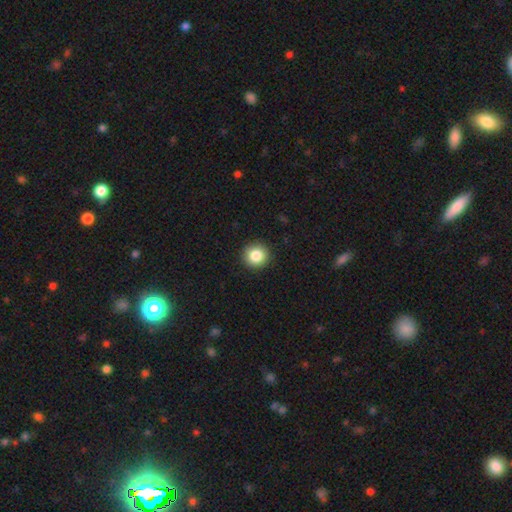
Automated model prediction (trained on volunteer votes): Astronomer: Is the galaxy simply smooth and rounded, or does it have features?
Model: smooth — 85%.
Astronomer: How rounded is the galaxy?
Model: round — 94%.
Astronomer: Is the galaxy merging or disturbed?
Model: none — 92%.